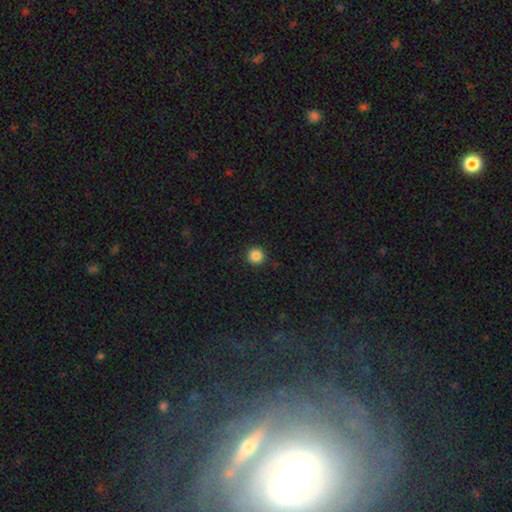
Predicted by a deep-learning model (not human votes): Smooth or featured?
  - smooth: 85% *
  - star or artifact: 11%
  - featured or disk: 3%
How rounded?
  - round: 96% *
  - in between: 3%
  - cigar-shaped: 1%
Merging?
  - none: 92% *
  - minor disturbance: 5%
  - major disturbance: 2%
  - merger: 1%